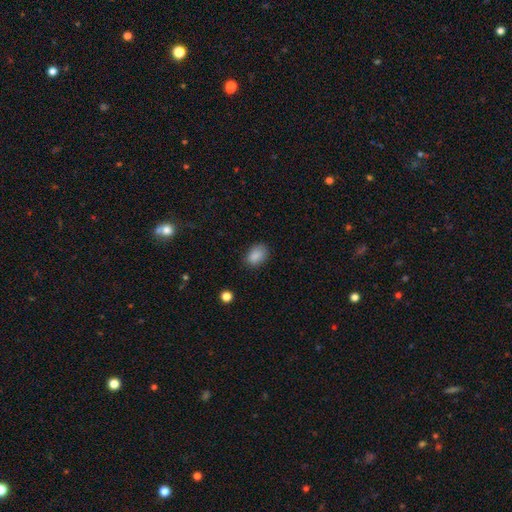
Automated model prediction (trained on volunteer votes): This is clearly a smooth galaxy (87%). How rounded: clearly in between (80%). Merging: likely none (80%).